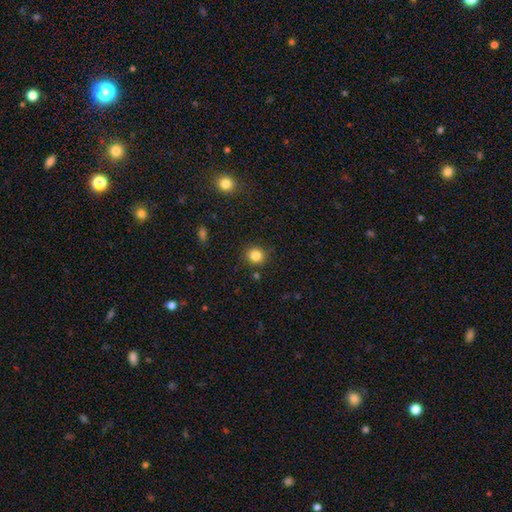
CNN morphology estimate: Overall: smooth (84%). How rounded: round (88%). Merging: none (87%).